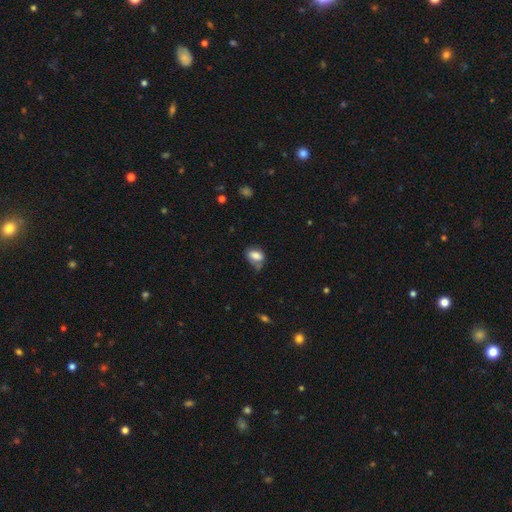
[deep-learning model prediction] Smooth or featured? Predicted: smooth (p=0.79). How rounded? Predicted: in between (p=0.83). Merging? Predicted: none (p=0.42).